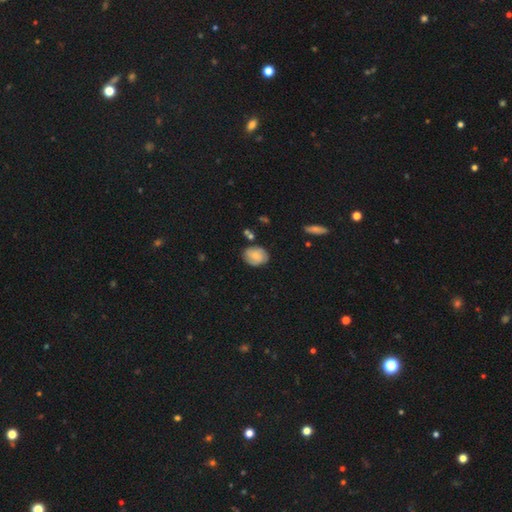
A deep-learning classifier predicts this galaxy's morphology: A smooth galaxy with no disk features (66%) that is in between round and cigar-shaped (58%). Merging: none (74%).